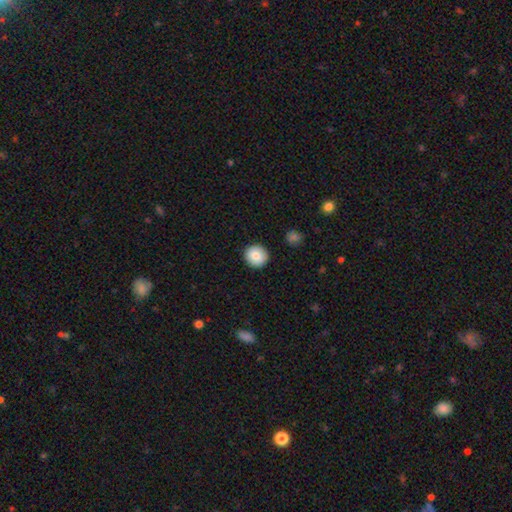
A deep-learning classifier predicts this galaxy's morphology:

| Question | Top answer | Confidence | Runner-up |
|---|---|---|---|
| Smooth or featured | smooth | 83% | featured or disk (9%) |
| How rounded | round | 94% | in between (5%) |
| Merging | none | 92% | minor disturbance (5%) |